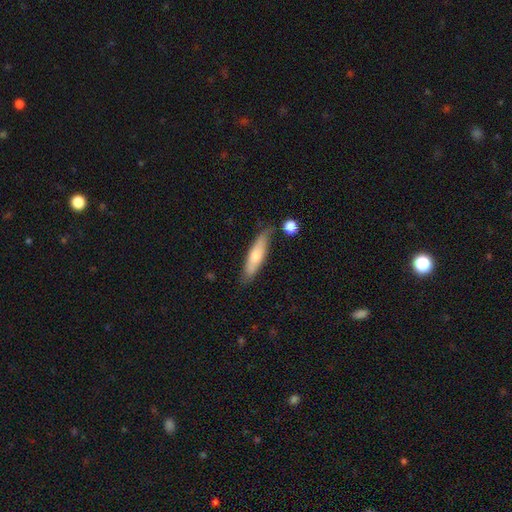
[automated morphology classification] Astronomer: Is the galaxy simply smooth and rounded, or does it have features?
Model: smooth — 66%.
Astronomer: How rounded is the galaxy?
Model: cigar-shaped — 76%.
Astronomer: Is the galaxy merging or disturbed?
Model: none — 72%.